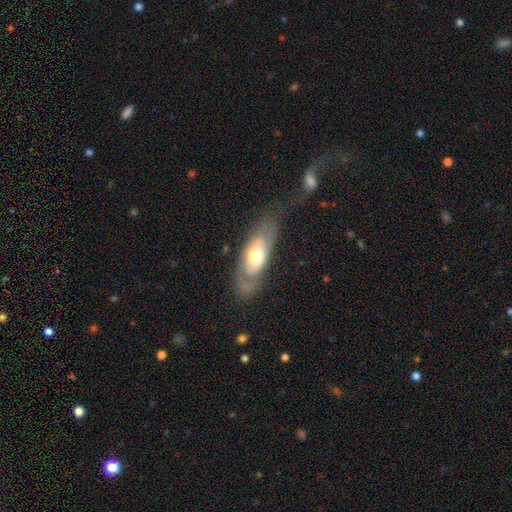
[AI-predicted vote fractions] This appears to be a featured or disk galaxy (56%). Merging: none (58%).